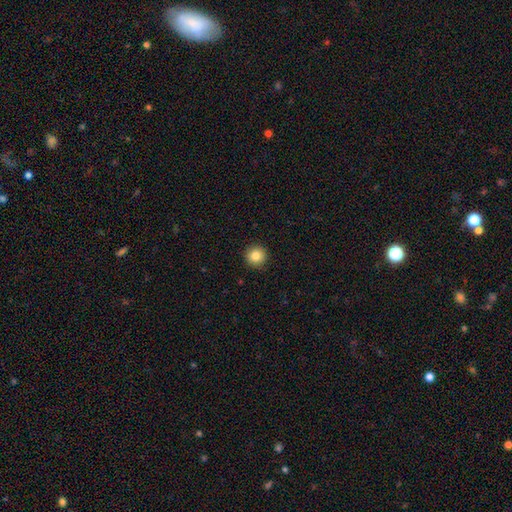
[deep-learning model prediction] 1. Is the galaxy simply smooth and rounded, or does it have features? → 84% smooth, 10% star or artifact, 6% featured or disk.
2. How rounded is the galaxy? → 96% round, 3% in between, 1% cigar-shaped.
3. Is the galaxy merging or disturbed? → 93% none, 5% minor disturbance, 2% major disturbance, 1% merger.